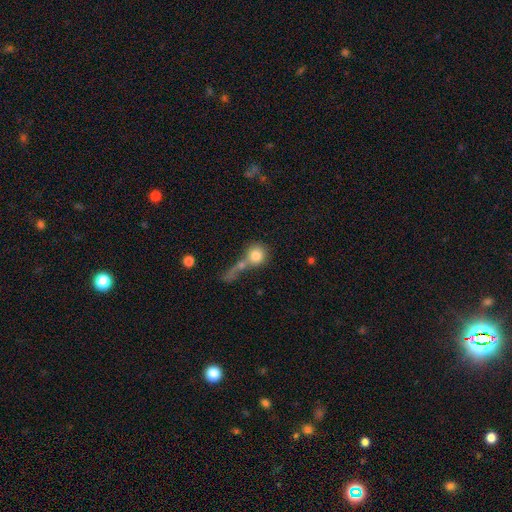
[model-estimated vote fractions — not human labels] Smooth or featured: smooth — 78% (featured or disk — 13%)
How rounded: round — 83% (in between — 15%)
Merging: merger — 49% (none — 29%)